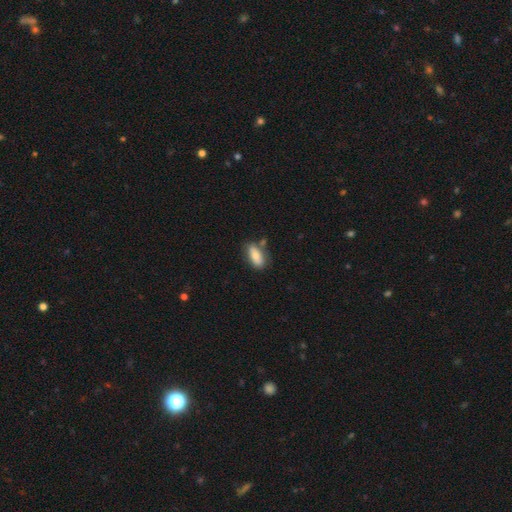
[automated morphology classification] A smooth galaxy with no disk features (76%) that is in between round and cigar-shaped (85%).

Vote fractions:
- Smooth or featured? smooth: 76% / featured or disk: 18% / star or artifact: 7%
- How rounded? in between: 85% / cigar-shaped: 11% / round: 3%
- Merging? none: 66% / minor disturbance: 19% / merger: 10% / major disturbance: 5%